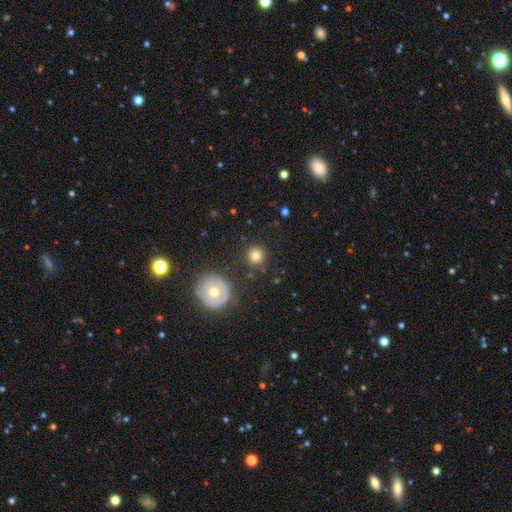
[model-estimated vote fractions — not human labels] This is likely a smooth galaxy (79%). How rounded: clearly round (94%). Merging: clearly none (86%).